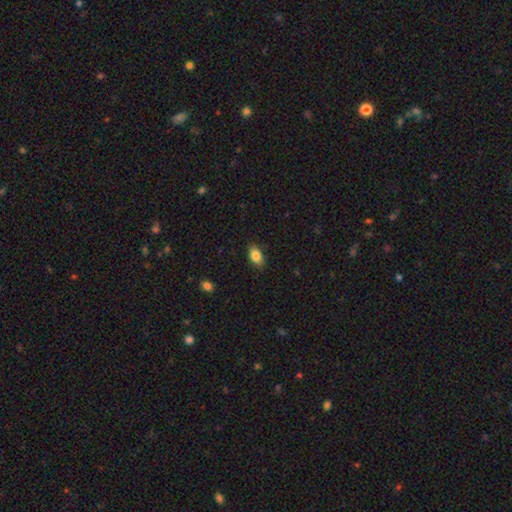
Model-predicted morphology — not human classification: This is clearly a smooth galaxy (84%). How rounded: clearly in between (89%). Merging: clearly none (87%).